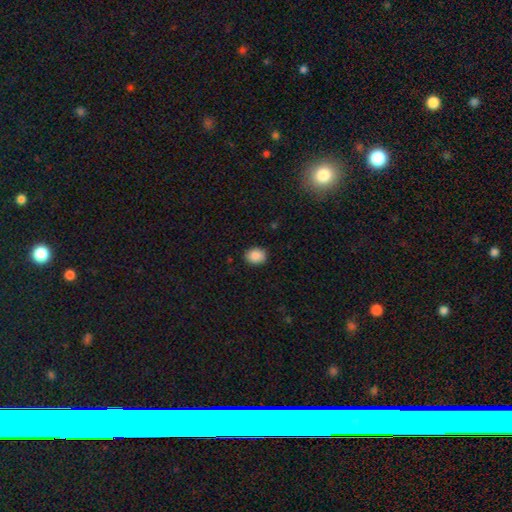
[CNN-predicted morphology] A smooth galaxy with no disk features (88%) that is in between round and cigar-shaped (52%).

Vote fractions:
- Smooth or featured? smooth: 88% / star or artifact: 8% / featured or disk: 3%
- How rounded? in between: 52% / round: 48% / cigar-shaped: 1%
- Merging? none: 89% / minor disturbance: 8% / major disturbance: 2% / merger: 1%